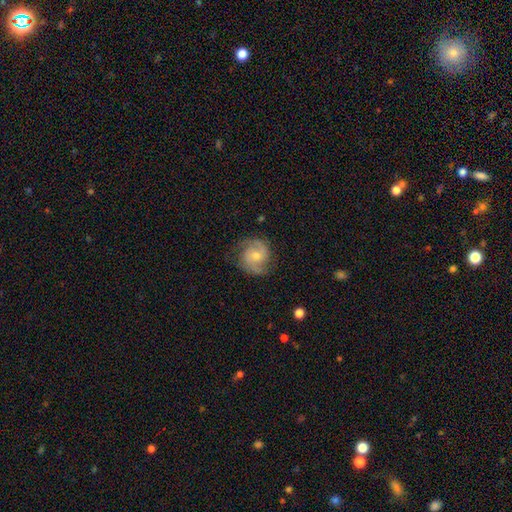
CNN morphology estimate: Overall: featured or disk (85%). Edge-on disk: no (98%). Bar: no (58%; weak 34%). Spiral arms: yes (97%). Spiral arm count: 2 (89%). Spiral winding: medium (52%; tight 34%). Bulge size: moderate (49%; small 46%). Merging: none (80%).